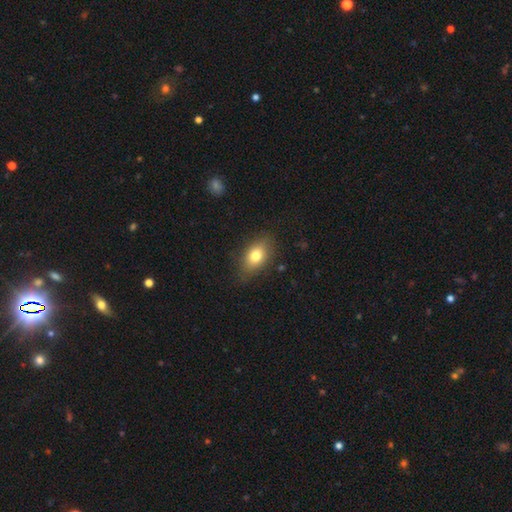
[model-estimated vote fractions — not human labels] This appears to be a smooth galaxy with no disk features (78%) that is in between round and cigar-shaped (84%). Merging: none (81%).